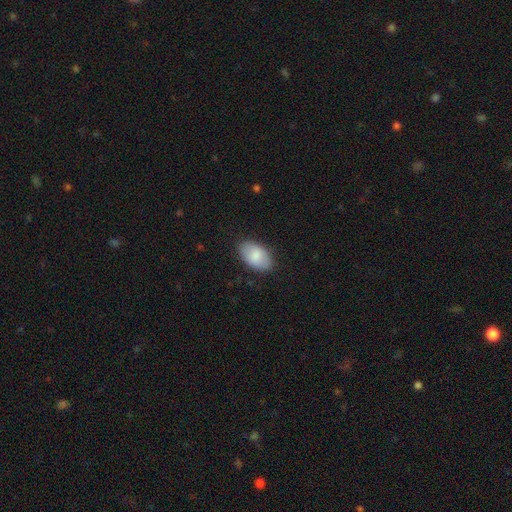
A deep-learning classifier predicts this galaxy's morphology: This is clearly a smooth galaxy (83%). How rounded: clearly in between (94%). Merging: clearly none (84%).